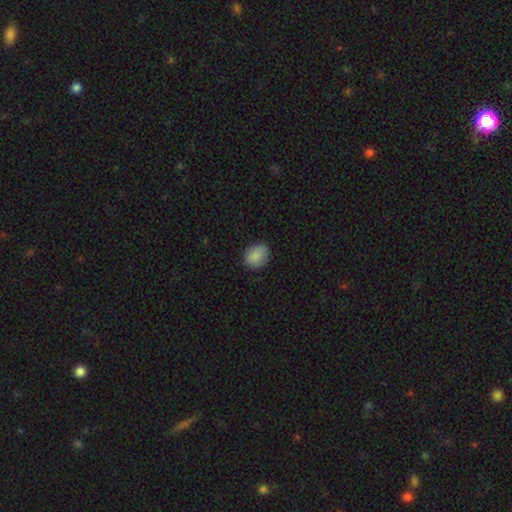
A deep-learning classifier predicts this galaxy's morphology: smooth-or-featured: smooth: 88% | star or artifact: 9% | featured or disk: 4%
  how-rounded: round: 51% | in between: 48% | cigar-shaped: 1%
  merging: none: 84% | minor disturbance: 12% | major disturbance: 3% | merger: 1%